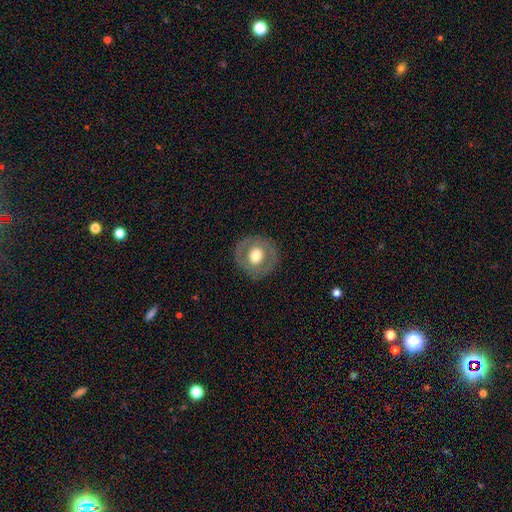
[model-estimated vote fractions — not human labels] Smooth or featured?
  - smooth: 50% *
  - featured or disk: 43%
  - star or artifact: 7%
How rounded?
  - round: 89% *
  - in between: 10%
  - cigar-shaped: 1%
Merging?
  - none: 85% *
  - minor disturbance: 10%
  - major disturbance: 4%
  - merger: 1%